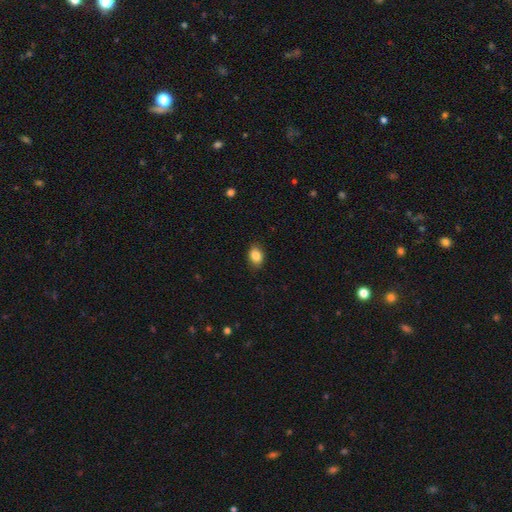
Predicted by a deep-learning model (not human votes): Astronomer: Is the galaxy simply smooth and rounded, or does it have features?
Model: smooth — 86%.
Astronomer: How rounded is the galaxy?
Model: in between — 73%.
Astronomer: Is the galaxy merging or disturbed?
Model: none — 86%.